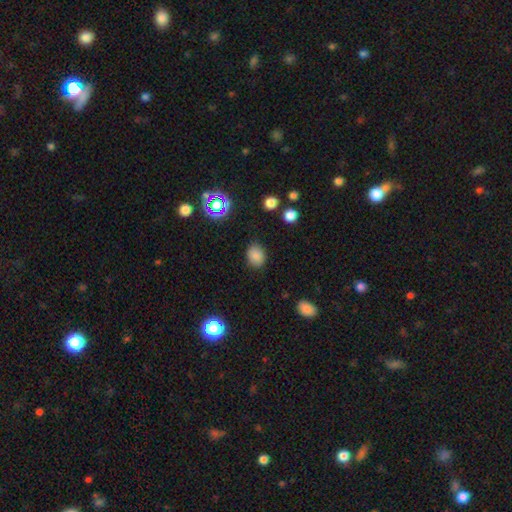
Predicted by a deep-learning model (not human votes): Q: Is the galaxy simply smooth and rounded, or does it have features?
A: smooth — 81%.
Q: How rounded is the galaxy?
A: in between — 51%.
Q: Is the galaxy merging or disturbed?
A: none — 84%.